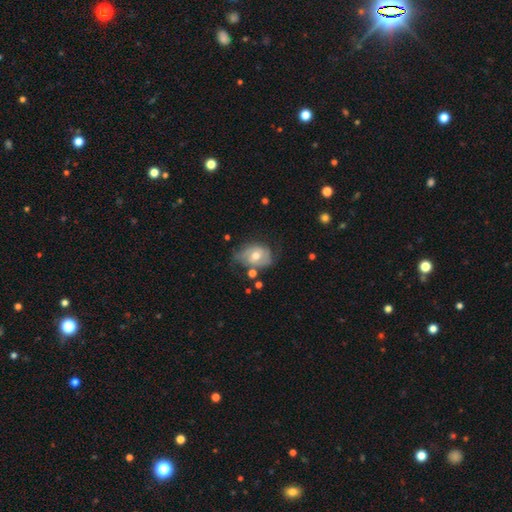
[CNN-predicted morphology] Overall: smooth (48%; featured or disk 44%). Merging: none (43%; minor disturbance 34%).